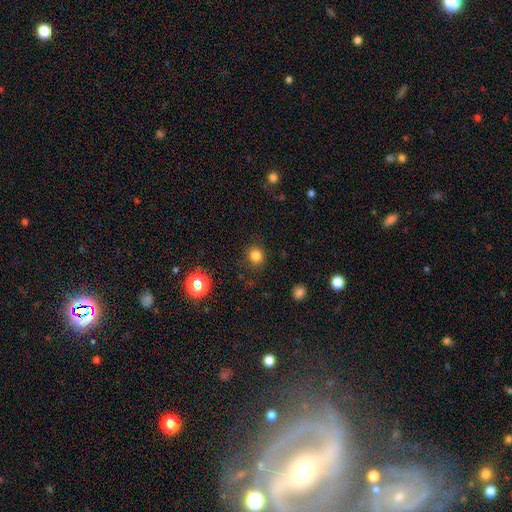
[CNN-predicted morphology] Overall: smooth (82%). How rounded: round (82%). Merging: none (85%).